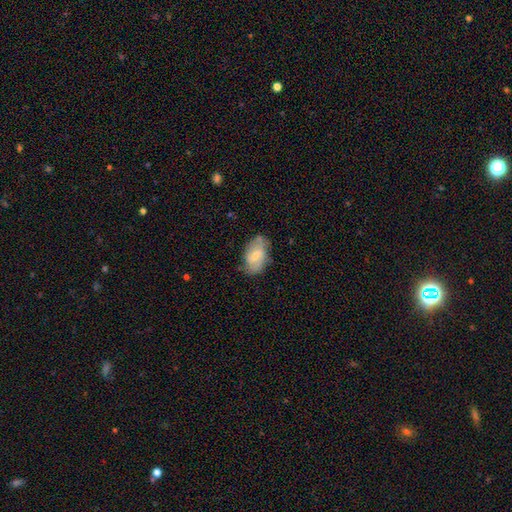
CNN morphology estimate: Smooth or featured?
  - smooth: 52% *
  - featured or disk: 42%
  - star or artifact: 7%
How rounded?
  - in between: 92% *
  - round: 6%
  - cigar-shaped: 2%
Merging?
  - none: 65% *
  - minor disturbance: 26%
  - major disturbance: 7%
  - merger: 2%